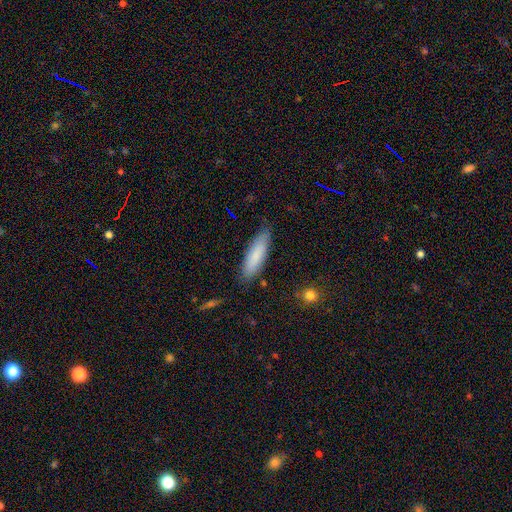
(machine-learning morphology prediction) Smooth or featured?
  - smooth: 80% *
  - featured or disk: 14%
  - star or artifact: 6%
How rounded?
  - cigar-shaped: 59% *
  - in between: 40%
  - round: 1%
Merging?
  - none: 81% *
  - minor disturbance: 15%
  - major disturbance: 2%
  - merger: 2%